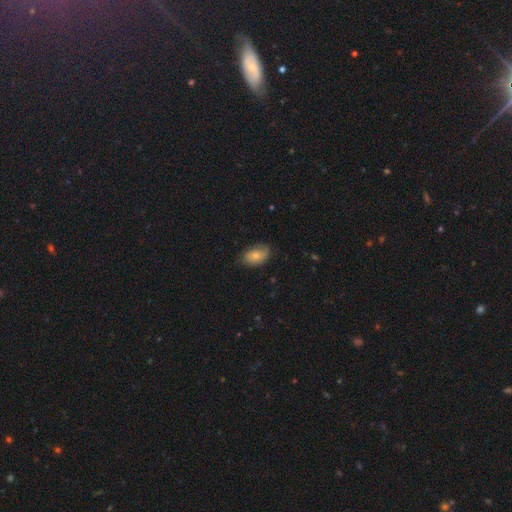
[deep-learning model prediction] Smooth or featured? smooth (69%)
How rounded? in between (89%)
Merging? none (70%)